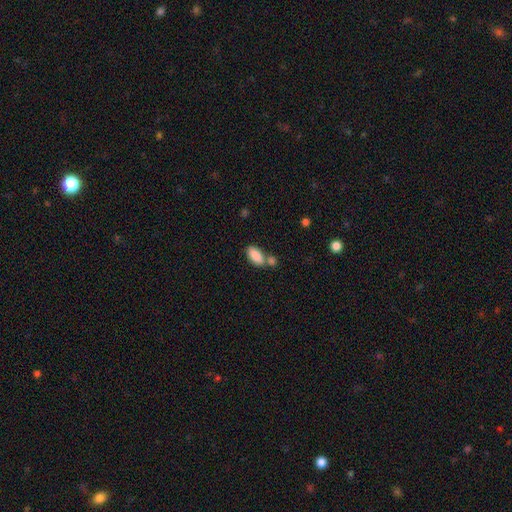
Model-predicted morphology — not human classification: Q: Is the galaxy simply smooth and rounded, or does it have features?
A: smooth — 85%.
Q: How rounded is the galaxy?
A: in between — 91%.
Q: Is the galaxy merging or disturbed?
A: none — 49%.